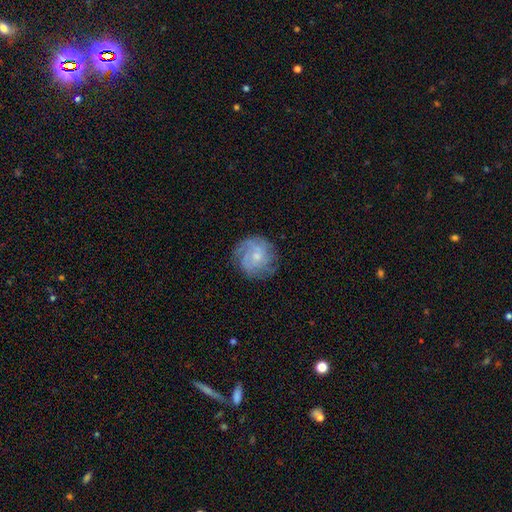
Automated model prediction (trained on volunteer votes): Morphology: type=featured or disk (68%); edge-on=no (98%); bar=no (71%); spiral arms=yes (89%); winding=tight (55%); arm count=can't tell (42%); bulge=small (55%); merging=none (75%).